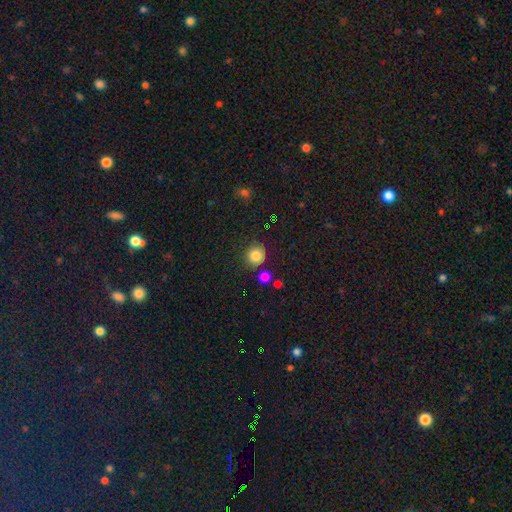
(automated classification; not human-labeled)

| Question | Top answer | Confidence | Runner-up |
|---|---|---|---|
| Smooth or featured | smooth | 82% | star or artifact (12%) |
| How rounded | round | 90% | in between (9%) |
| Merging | none | 81% | minor disturbance (10%) |